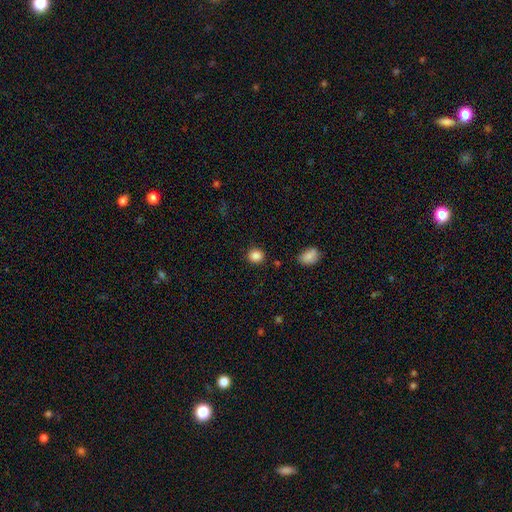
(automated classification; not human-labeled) Morphology: type=smooth (86%); roundness=round (81%); merging=none (88%).